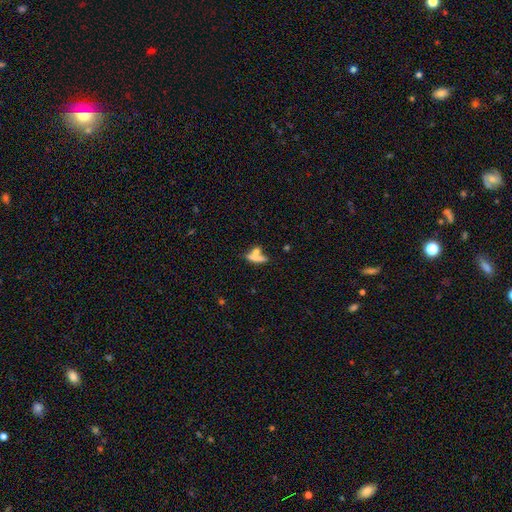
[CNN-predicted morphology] Smooth or featured? Predicted: smooth (p=0.69). How rounded? Predicted: cigar-shaped (p=0.58). Merging? Predicted: merger (p=0.43).